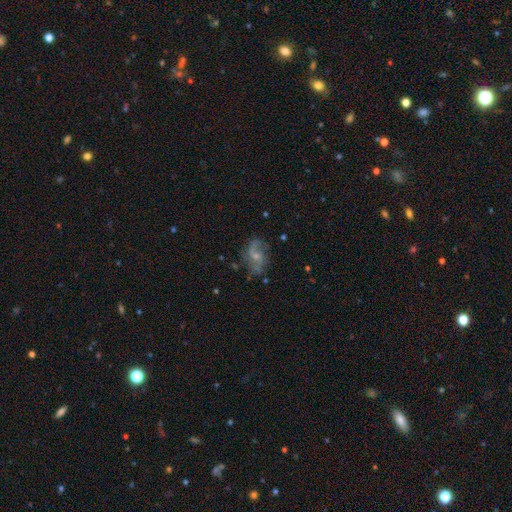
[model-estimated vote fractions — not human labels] smooth_or_featured: featured or disk (p=0.77) [alt: smooth p=0.15]
disk_edge_on: no (p=0.97) [alt: yes p=0.03]
bar: no (p=0.51) [alt: weak p=0.42]
has_spiral_arms: yes (p=0.91) [alt: no p=0.09]
spiral_winding: loose (p=0.54) [alt: medium p=0.37]
spiral_arm_count: 2 (p=0.85) [alt: can't tell p=0.07]
bulge_size: small (p=0.54) [alt: moderate p=0.34]
merging: none (p=0.67) [alt: minor disturbance p=0.20]